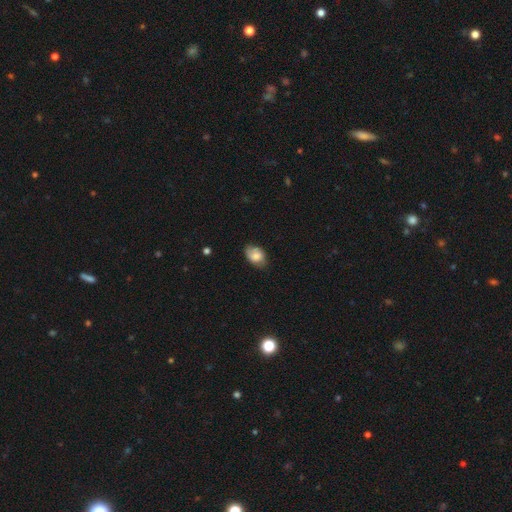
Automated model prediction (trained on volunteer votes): Overall: smooth (78%). How rounded: in between (79%). Merging: none (68%).